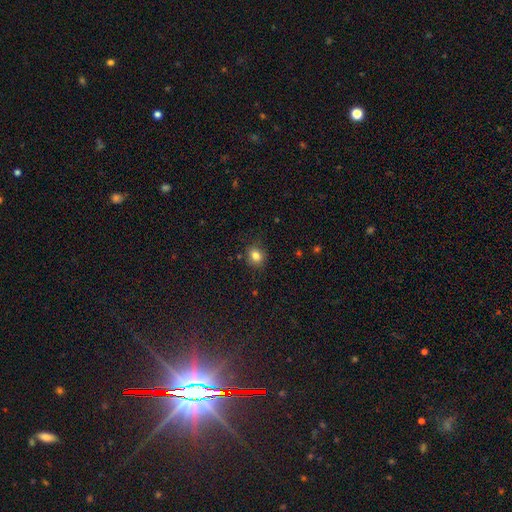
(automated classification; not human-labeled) Q: Smooth or featured?
A: smooth (82%); runner-up: star or artifact (12%)
Q: How rounded?
A: round (68%); runner-up: in between (31%)
Q: Merging?
A: none (84%); runner-up: minor disturbance (12%)